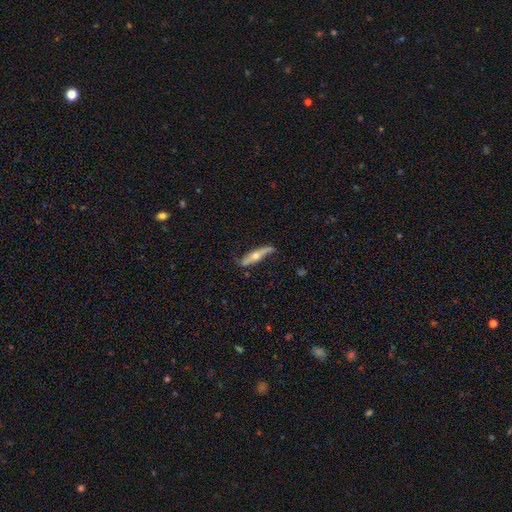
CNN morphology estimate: The model was most divided on "smooth or featured": featured or disk: 67%, smooth: 27%, star or artifact: 6%. More confident: edge-on disk — yes (72%); merging — none (70%).